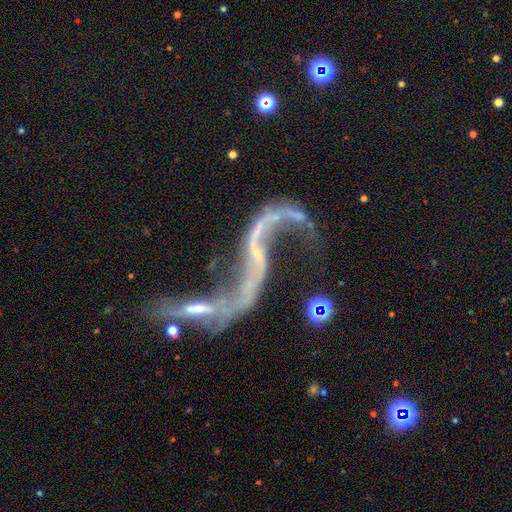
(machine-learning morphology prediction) This appears to be a featured or disk galaxy (84%) with no bar (46%), 2 (87%) loose (94%) spiral arms (82%) and a small central bulge (50%). Merging: merger (34%).